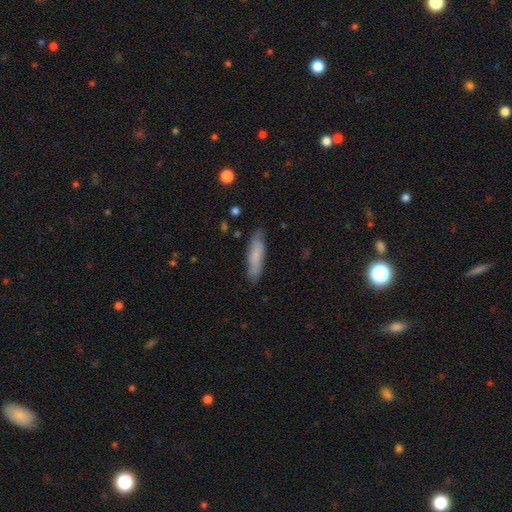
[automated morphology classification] This is likely a smooth galaxy (74%). How rounded: likely cigar-shaped (71%). Merging: clearly none (83%).